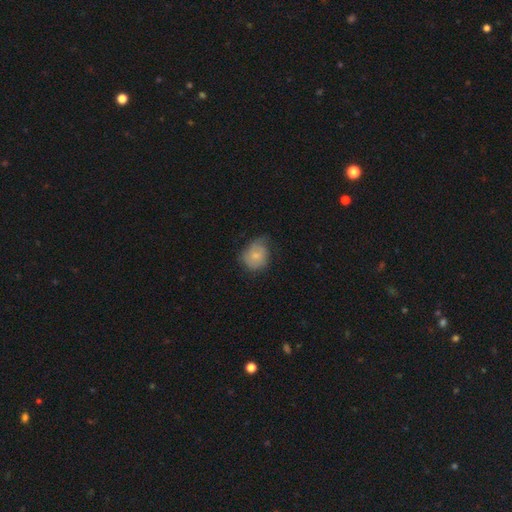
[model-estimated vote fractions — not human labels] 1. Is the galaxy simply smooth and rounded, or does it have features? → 68% smooth, 25% featured or disk, 7% star or artifact.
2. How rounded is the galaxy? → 62% round, 37% in between, 1% cigar-shaped.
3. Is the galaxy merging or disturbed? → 48% none, 37% minor disturbance, 13% major disturbance, 1% merger.